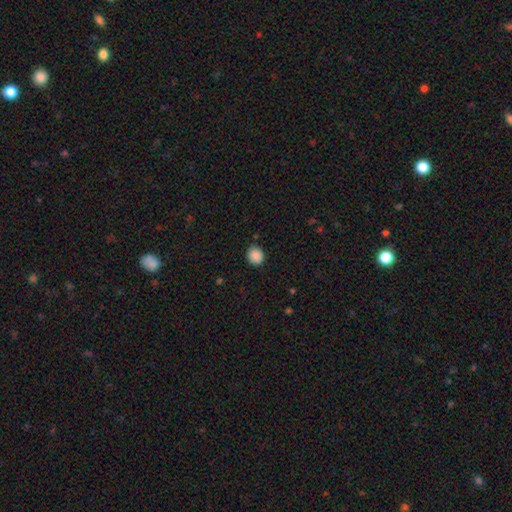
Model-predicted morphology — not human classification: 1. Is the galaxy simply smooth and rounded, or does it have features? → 88% smooth, 9% star or artifact, 3% featured or disk.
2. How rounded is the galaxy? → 74% round, 25% in between, 1% cigar-shaped.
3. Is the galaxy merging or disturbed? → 87% none, 9% minor disturbance, 2% major disturbance, 1% merger.